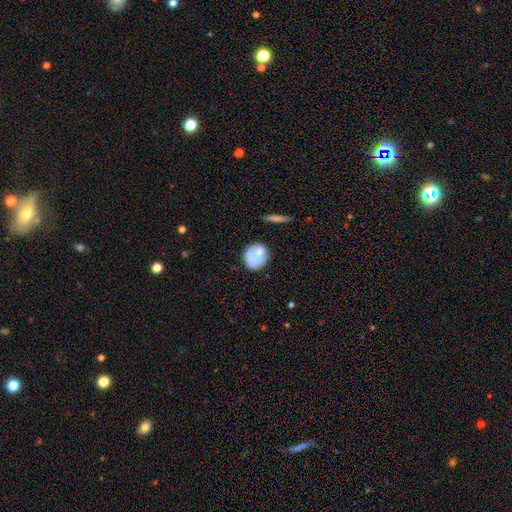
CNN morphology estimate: Smooth or featured? Predicted: smooth (p=0.68). How rounded? Predicted: round (p=0.75). Merging? Predicted: none (p=0.58).